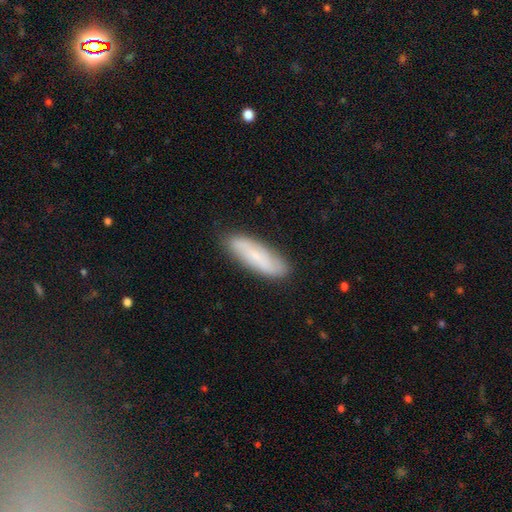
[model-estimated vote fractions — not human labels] A smooth galaxy with no disk features (63%) that is cigar-shaped (56%).

Vote fractions:
- Smooth or featured? smooth: 63% / featured or disk: 30% / star or artifact: 7%
- How rounded? cigar-shaped: 56% / in between: 42% / round: 2%
- Merging? none: 84% / minor disturbance: 13% / major disturbance: 2% / merger: 1%